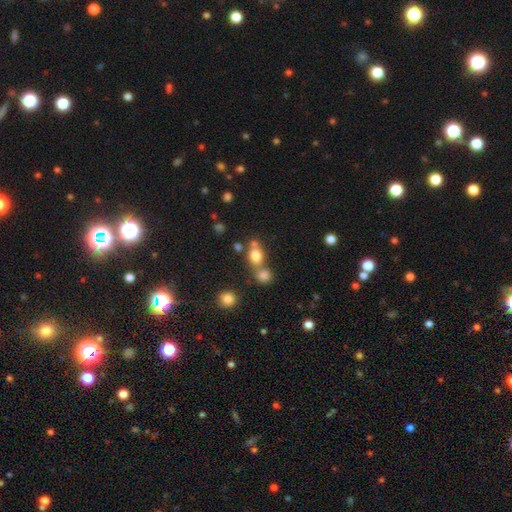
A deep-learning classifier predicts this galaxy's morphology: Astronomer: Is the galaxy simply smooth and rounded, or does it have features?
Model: smooth — 77%.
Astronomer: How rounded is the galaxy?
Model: round — 49%, tied with in between at 49%.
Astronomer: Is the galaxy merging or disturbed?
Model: none — 46% (runner-up: merger, 38%).